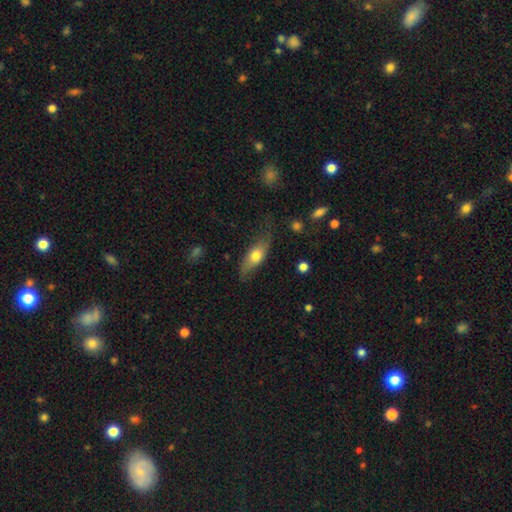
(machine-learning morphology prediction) This appears to be a smooth galaxy with no disk features (59%) that is in between round and cigar-shaped (67%). Merging: none (61%).